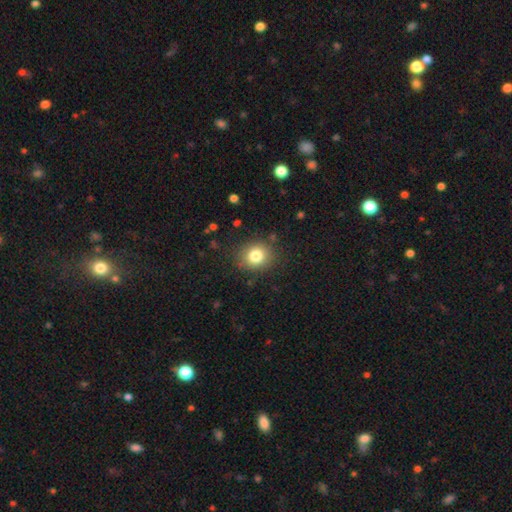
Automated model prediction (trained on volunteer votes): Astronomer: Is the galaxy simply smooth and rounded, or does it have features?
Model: smooth — 81%.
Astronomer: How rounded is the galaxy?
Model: round — 77%.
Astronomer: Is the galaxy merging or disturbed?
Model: none — 86%.